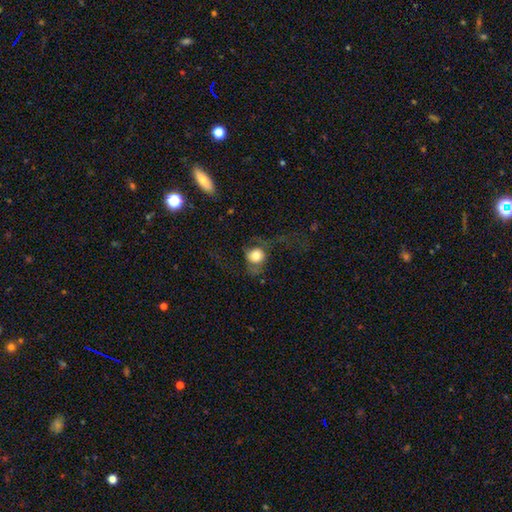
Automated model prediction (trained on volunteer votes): Overall: smooth (64%; featured or disk 28%). How rounded: round (84%). Merging: major disturbance (41%; none 39%).